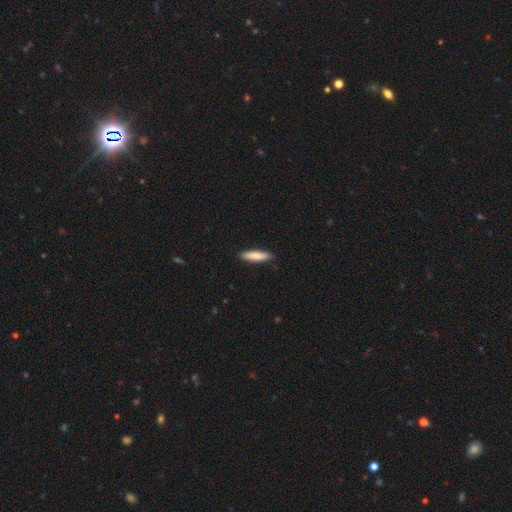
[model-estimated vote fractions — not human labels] This is clearly a smooth galaxy (83%). How rounded: clearly cigar-shaped (81%). Merging: clearly none (90%).